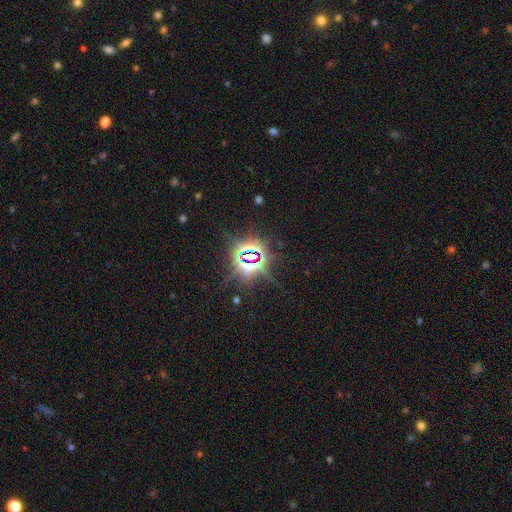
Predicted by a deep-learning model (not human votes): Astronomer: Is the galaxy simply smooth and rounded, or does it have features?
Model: star or artifact — 84%.